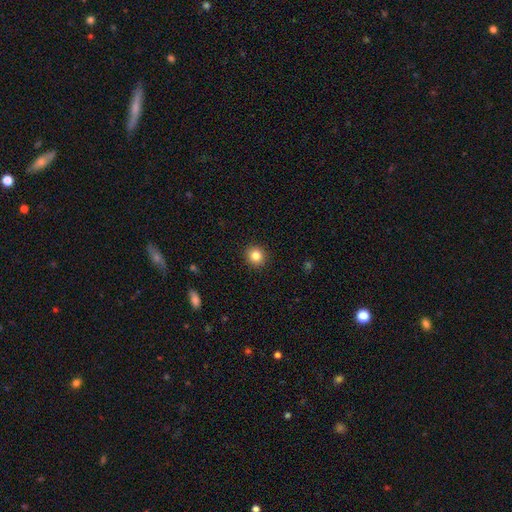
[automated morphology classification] smooth-or-featured: smooth: 84% | star or artifact: 10% | featured or disk: 6%
  how-rounded: round: 91% | in between: 8% | cigar-shaped: 1%
  merging: none: 92% | minor disturbance: 5% | major disturbance: 2% | merger: 1%